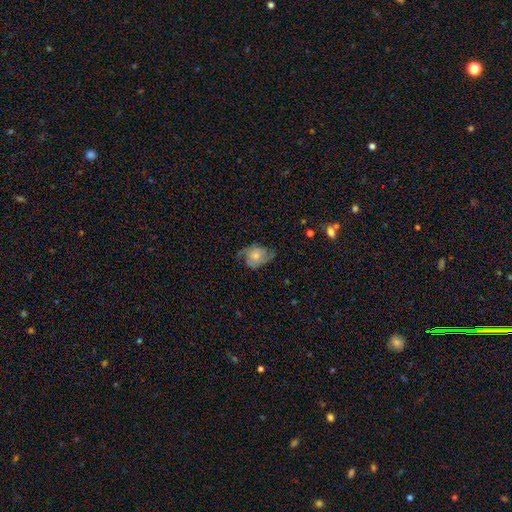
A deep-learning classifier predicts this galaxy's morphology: This appears to be a featured or disk galaxy (70%) with no bar (74%), 2 (74%) medium (42%) spiral arms (91%) and a small central bulge (43%, tied with moderate). Merging: none (61%).